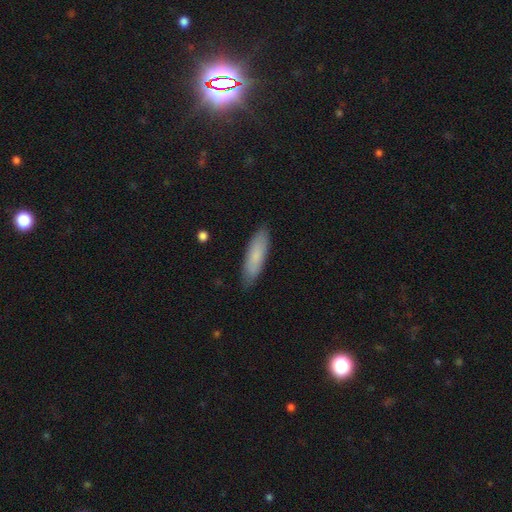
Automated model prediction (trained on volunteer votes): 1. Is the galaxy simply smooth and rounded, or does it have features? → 79% smooth, 15% featured or disk, 6% star or artifact.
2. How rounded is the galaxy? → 59% cigar-shaped, 40% in between, 1% round.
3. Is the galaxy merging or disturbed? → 86% none, 11% minor disturbance, 2% major disturbance, 1% merger.